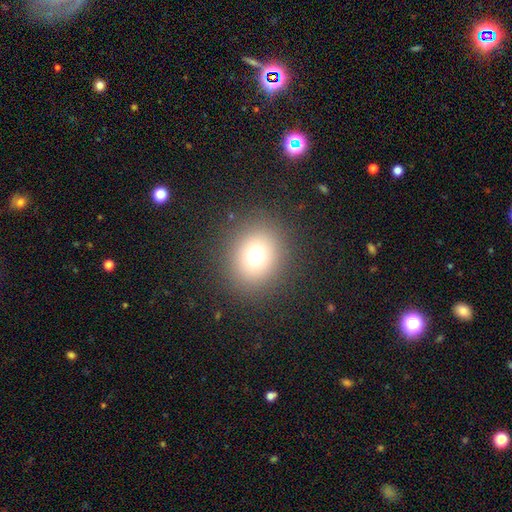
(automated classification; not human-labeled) Morphology: type=smooth (71%); roundness=round (78%); merging=none (87%).